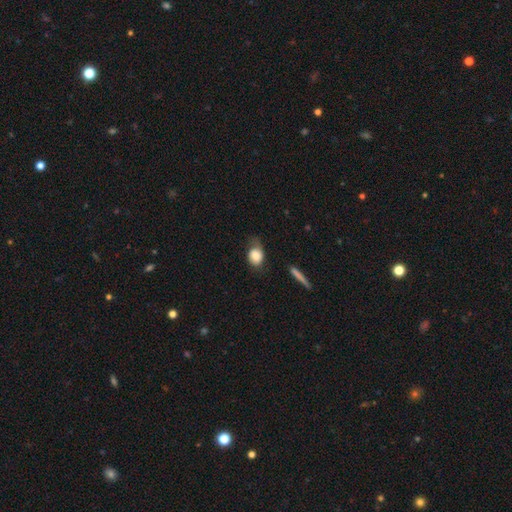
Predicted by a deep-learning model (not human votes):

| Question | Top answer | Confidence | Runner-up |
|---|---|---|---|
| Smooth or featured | smooth | 74% | featured or disk (19%) |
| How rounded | in between | 59% | round (39%) |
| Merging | none | 39% | minor disturbance (34%) |